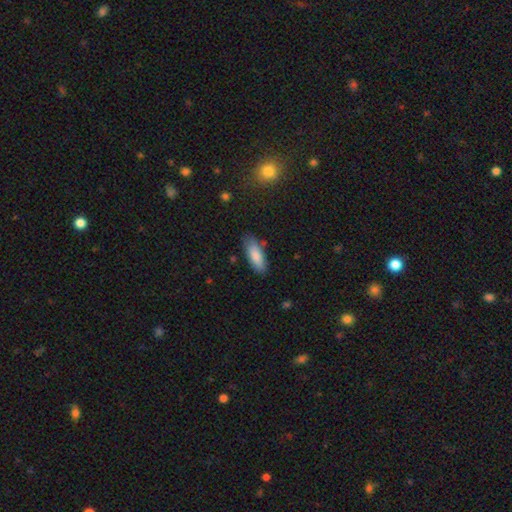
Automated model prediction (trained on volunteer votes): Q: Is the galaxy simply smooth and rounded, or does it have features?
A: smooth — 84%.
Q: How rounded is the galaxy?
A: in between — 70%.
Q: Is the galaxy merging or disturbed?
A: none — 77%.